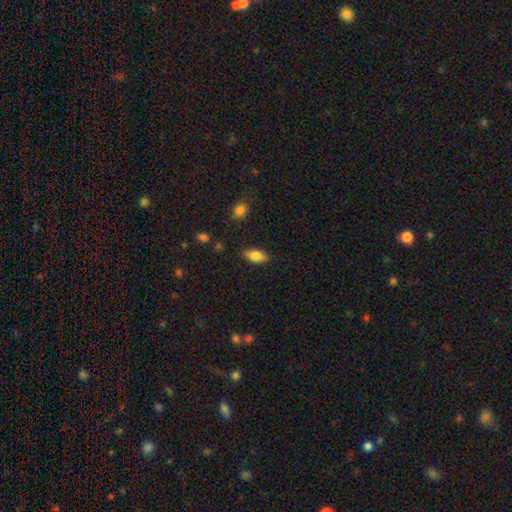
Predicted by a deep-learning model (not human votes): smooth-or-featured: smooth: 78% | featured or disk: 15% | star or artifact: 7%
  how-rounded: in between: 83% | cigar-shaped: 14% | round: 3%
  merging: none: 85% | minor disturbance: 11% | major disturbance: 2% | merger: 2%